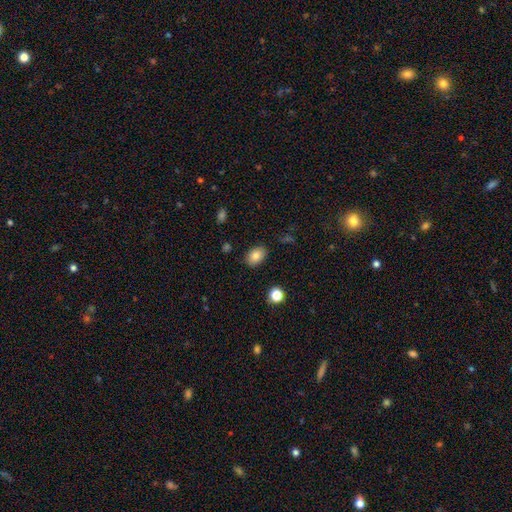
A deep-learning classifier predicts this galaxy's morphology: smooth-or-featured: smooth: 83% | star or artifact: 9% | featured or disk: 9%
  how-rounded: in between: 82% | round: 17% | cigar-shaped: 1%
  merging: none: 87% | minor disturbance: 10% | major disturbance: 2% | merger: 1%